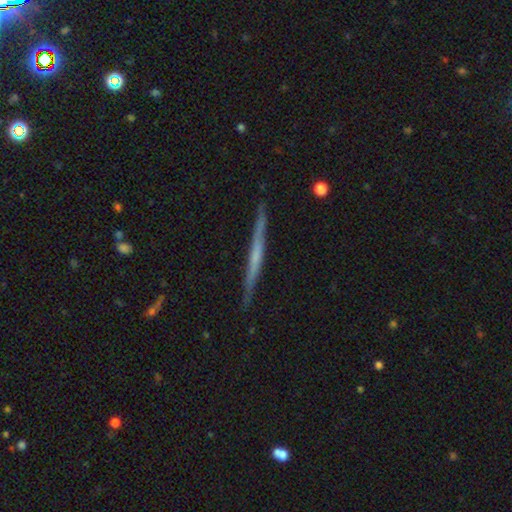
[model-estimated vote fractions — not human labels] This is likely a featured or disk galaxy (62%). It is clearly viewed edge-on (97%). Edge-on bulge: likely none (75%). Merging: clearly none (89%).